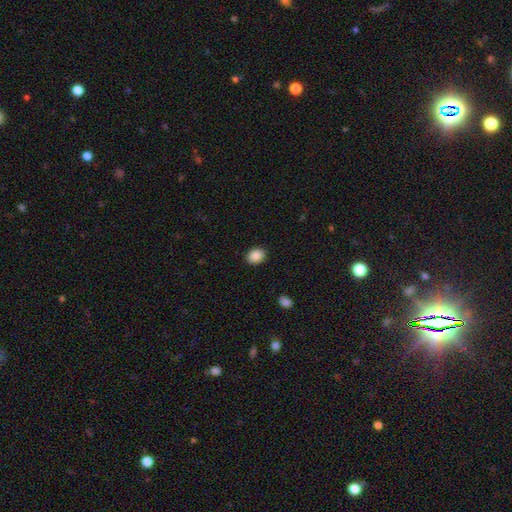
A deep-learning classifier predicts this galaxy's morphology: Smooth or featured? smooth (89%)
How rounded? in between (54%)
Merging? none (90%)